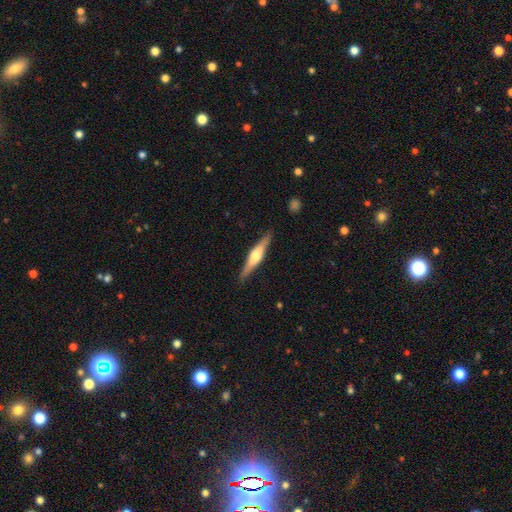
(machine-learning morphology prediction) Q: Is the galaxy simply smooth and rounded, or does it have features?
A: featured or disk — 66%.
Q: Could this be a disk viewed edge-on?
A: yes — 97%.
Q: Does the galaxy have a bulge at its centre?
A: rounded — 89%.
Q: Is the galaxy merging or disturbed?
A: none — 89%.